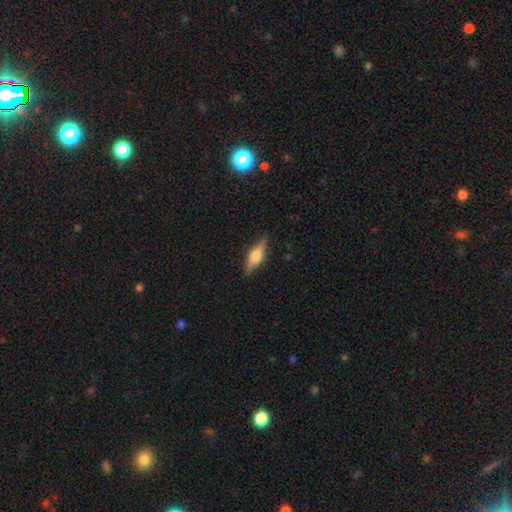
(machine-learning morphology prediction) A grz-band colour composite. It shows a featured or disk galaxy (54%) viewed edge-on (95%) with a rounded central bulge (84%). Merging: none (86%).